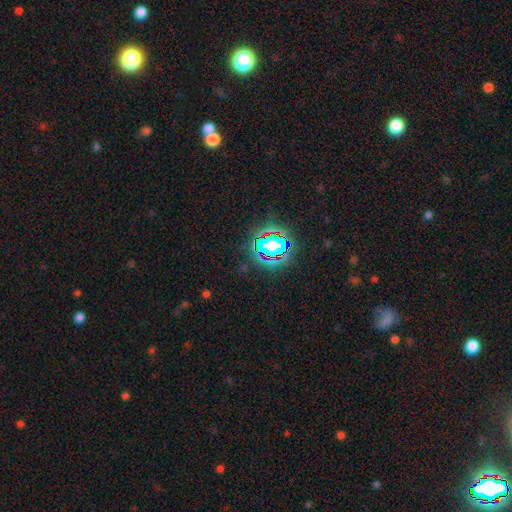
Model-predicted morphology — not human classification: Smooth or featured? Predicted: star or artifact (p=0.80).